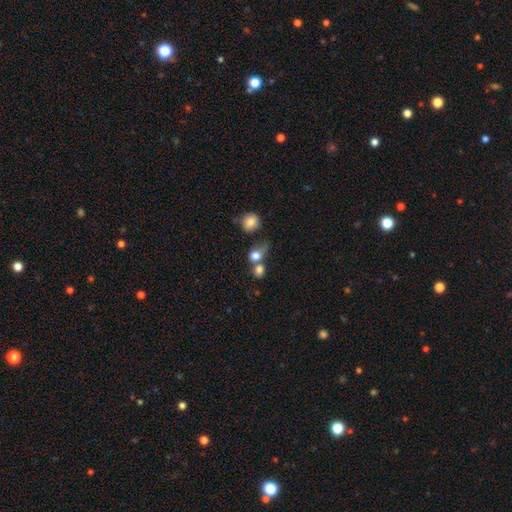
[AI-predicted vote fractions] Smooth or featured: smooth — 78% (star or artifact — 11%)
How rounded: round — 66% (in between — 32%)
Merging: merger — 46% (none — 33%)